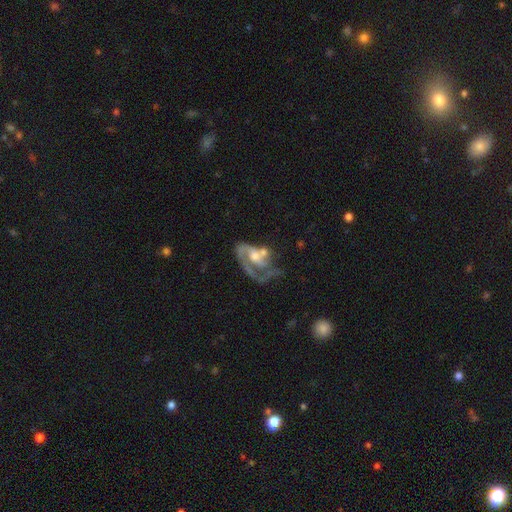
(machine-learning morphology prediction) smooth-or-featured: featured or disk: 78% | smooth: 16% | star or artifact: 7%
  disk-edge-on: no: 97% | yes: 3%
    bar: no: 61% | weak: 29% | strong: 10%
    has-spiral-arms: yes: 81% | no: 19%
      spiral-winding: medium: 40% | tight: 30% | loose: 29%
      spiral-arm-count: 1: 54% | 2: 29% | can't tell: 11% | 3: 3% | 4: 1% | more than 4: 1%
    bulge-size: moderate: 54% | small: 24% | large: 13% | none: 8% | dominant: 2%
  merging: major disturbance: 36% | merger: 26% | none: 24% | minor disturbance: 15%